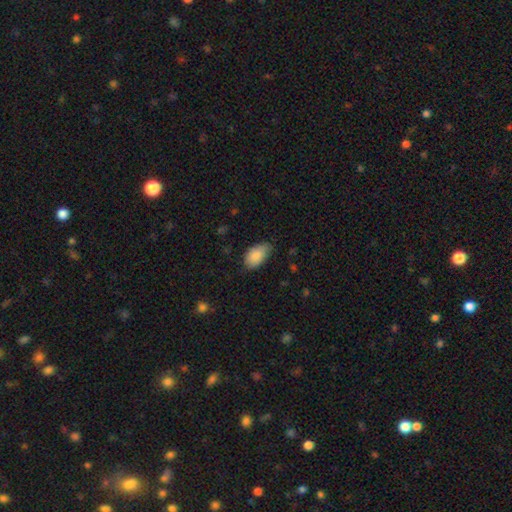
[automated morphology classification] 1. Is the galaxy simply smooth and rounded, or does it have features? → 87% smooth, 7% star or artifact, 7% featured or disk.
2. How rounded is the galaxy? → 93% in between, 5% round, 2% cigar-shaped.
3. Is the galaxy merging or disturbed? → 59% none, 34% minor disturbance, 6% major disturbance, 1% merger.